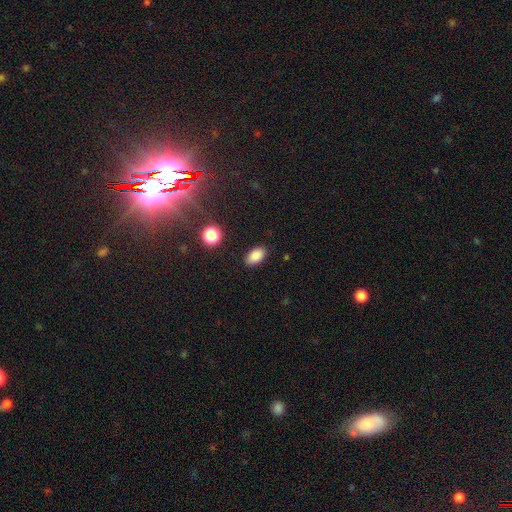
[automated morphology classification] smooth_or_featured: smooth (p=0.86) [alt: star or artifact p=0.09]
how_rounded: in between (p=0.92) [alt: round p=0.06]
merging: none (p=0.88) [alt: minor disturbance p=0.09]